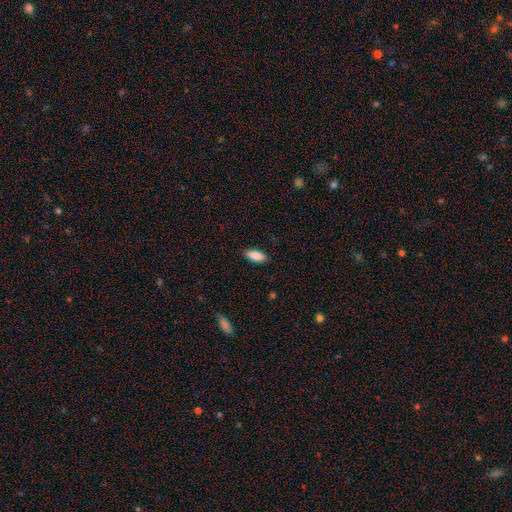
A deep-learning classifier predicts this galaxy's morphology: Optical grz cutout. It shows a smooth galaxy with no disk features (89%) that is in between round and cigar-shaped (87%). Merging: none (86%).